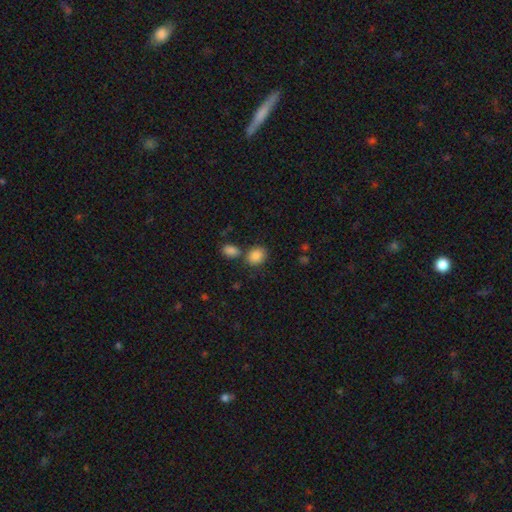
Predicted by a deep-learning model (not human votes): Overall: smooth (86%). How rounded: in between (55%; round 44%). Merging: none (64%).